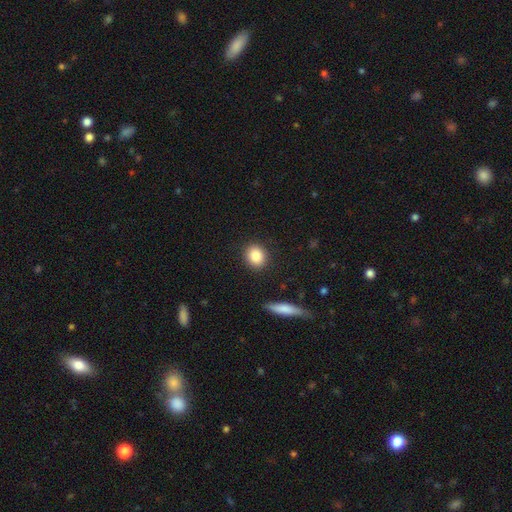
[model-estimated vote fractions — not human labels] smooth 87%, star or artifact 8%, featured or disk 5%. Down the decision tree: how rounded — round (66%); merging — none (89%).